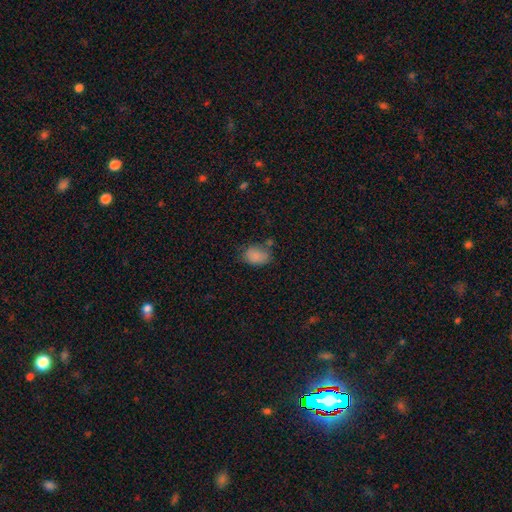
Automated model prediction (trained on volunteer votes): A smooth galaxy with no disk features (85%) that is in between round and cigar-shaped (81%).

Vote fractions:
- Smooth or featured? smooth: 85% / star or artifact: 9% / featured or disk: 6%
- How rounded? in between: 81% / round: 18% / cigar-shaped: 1%
- Merging? none: 65% / minor disturbance: 21% / merger: 8% / major disturbance: 6%